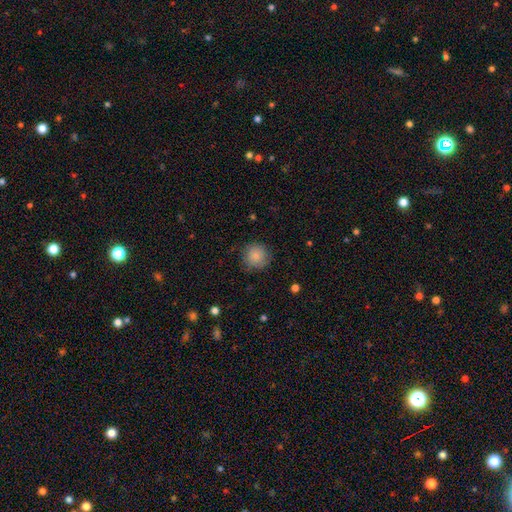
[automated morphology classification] Smooth or featured: smooth — 85% (star or artifact — 9%)
How rounded: round — 94% (in between — 5%)
Merging: none — 83% (minor disturbance — 13%)